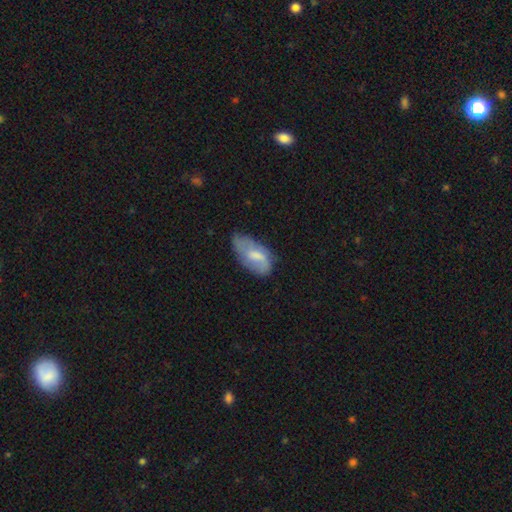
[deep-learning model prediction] smooth_or_featured: smooth (p=0.58) [alt: featured or disk p=0.36]
how_rounded: in between (p=0.92) [alt: cigar-shaped p=0.05]
merging: none (p=0.42) [alt: minor disturbance p=0.39]